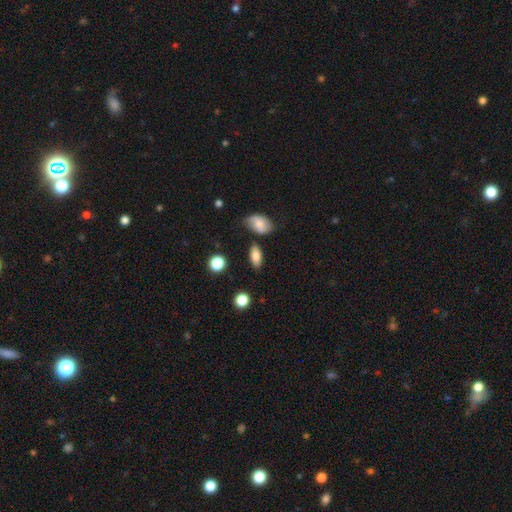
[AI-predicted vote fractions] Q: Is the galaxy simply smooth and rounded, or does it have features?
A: smooth — 81%.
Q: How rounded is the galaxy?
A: in between — 85%.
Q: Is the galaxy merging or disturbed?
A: none — 79%.